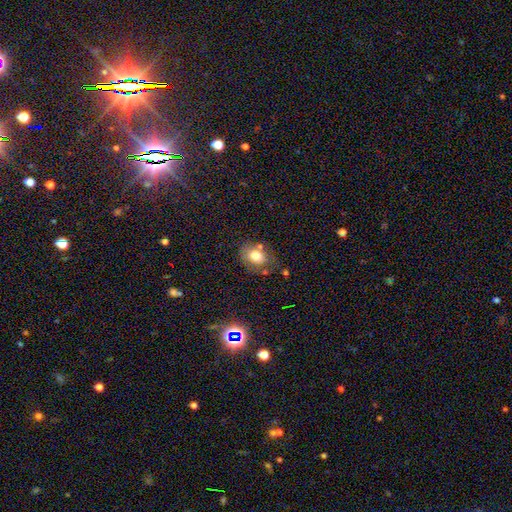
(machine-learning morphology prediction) A smooth galaxy with no disk features (74%) that is in between round and cigar-shaped (59%). Merging: none (62%).